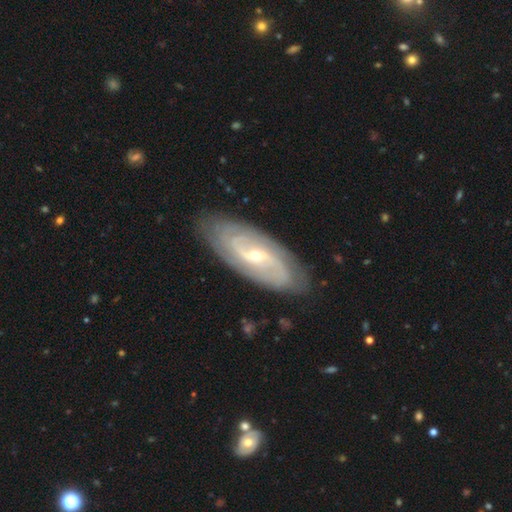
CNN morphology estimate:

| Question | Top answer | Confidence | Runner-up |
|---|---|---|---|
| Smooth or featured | featured or disk | 86% | smooth (9%) |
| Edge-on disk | no | 93% | yes (7%) |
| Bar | weak | 45% | no (37%) |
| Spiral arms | yes | 95% | no (5%) |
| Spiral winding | tight | 43% | medium (39%) |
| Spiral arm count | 2 | 58% | can't tell (19%) |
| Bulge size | small | 67% | moderate (30%) |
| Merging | none | 85% | minor disturbance (11%) |